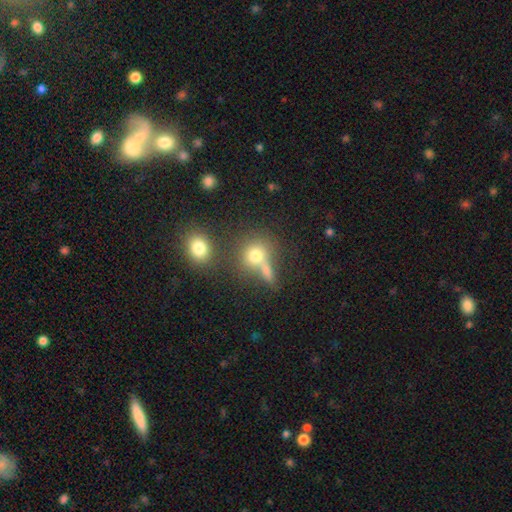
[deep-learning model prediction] smooth_or_featured: smooth (p=0.73) [alt: star or artifact p=0.15]
how_rounded: round (p=0.79) [alt: in between p=0.19]
merging: none (p=0.50) [alt: merger p=0.34]